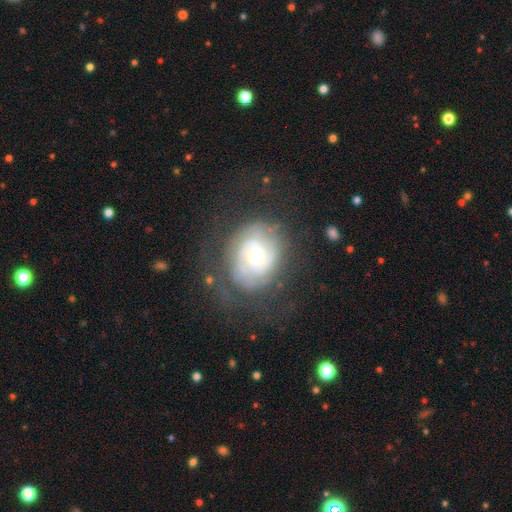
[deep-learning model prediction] Morphology: type=featured or disk (85%); edge-on=no (98%); bar=no (71%); spiral arms=yes (94%); winding=tight (70%); arm count=2 (49%); bulge=moderate (68%); merging=none (68%).